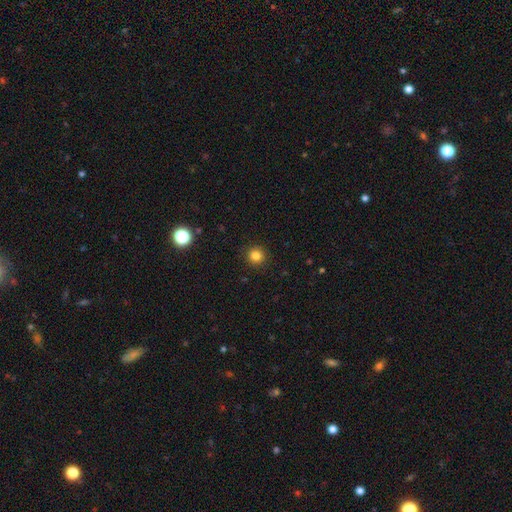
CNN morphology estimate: smooth_or_featured: smooth (p=0.83) [alt: star or artifact p=0.13]
how_rounded: round (p=0.93) [alt: in between p=0.06]
merging: none (p=0.91) [alt: minor disturbance p=0.06]